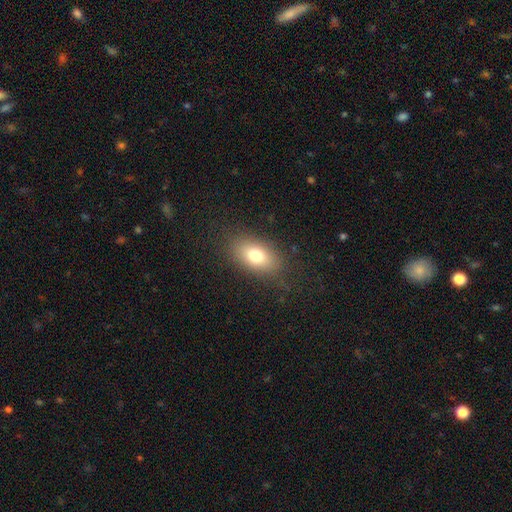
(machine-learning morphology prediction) type=smooth (76%); roundness=in between (87%); merging=none (82%).